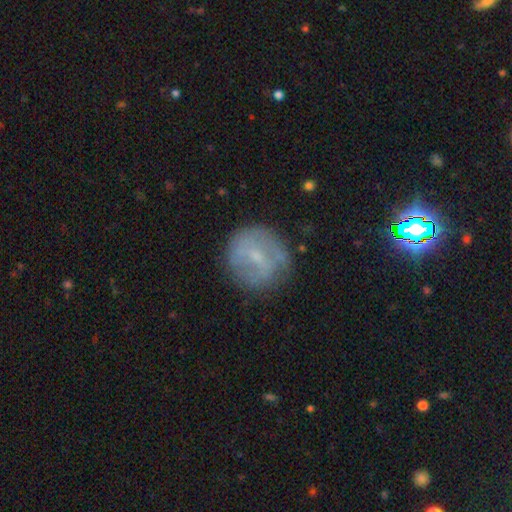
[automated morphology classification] A featured or disk galaxy (48%). Merging: none (74%).